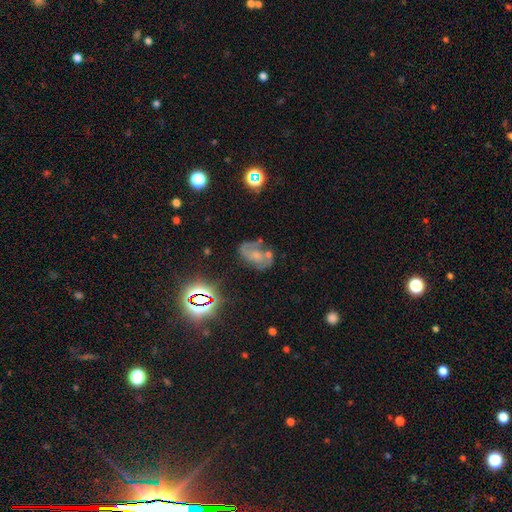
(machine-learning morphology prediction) This is possibly a featured or disk galaxy (59%). It is clearly not viewed edge-on (96%). Bar: likely no (65%). Spiral arm pattern: likely yes (77%). Central bulge: marginally small (34%). Merging: possibly none (47%).